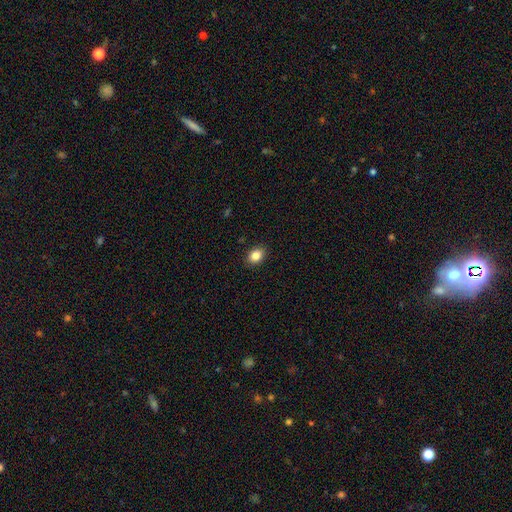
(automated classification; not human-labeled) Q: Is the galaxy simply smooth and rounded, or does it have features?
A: smooth — 85%.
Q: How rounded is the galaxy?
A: in between — 70%.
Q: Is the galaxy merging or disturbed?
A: none — 89%.